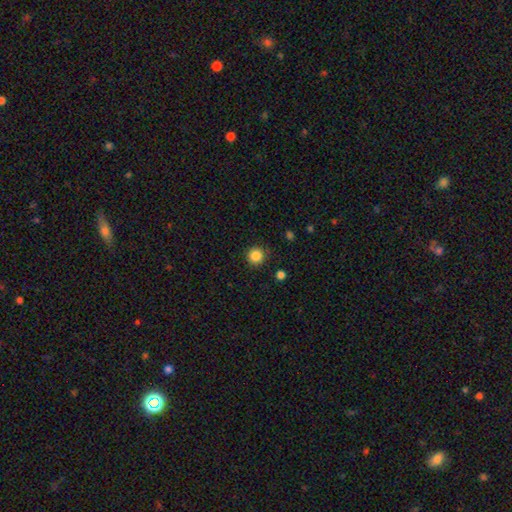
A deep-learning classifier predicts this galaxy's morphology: smooth_or_featured: smooth (p=0.86) [alt: star or artifact p=0.11]
how_rounded: round (p=0.94) [alt: in between p=0.05]
merging: none (p=0.89) [alt: minor disturbance p=0.07]